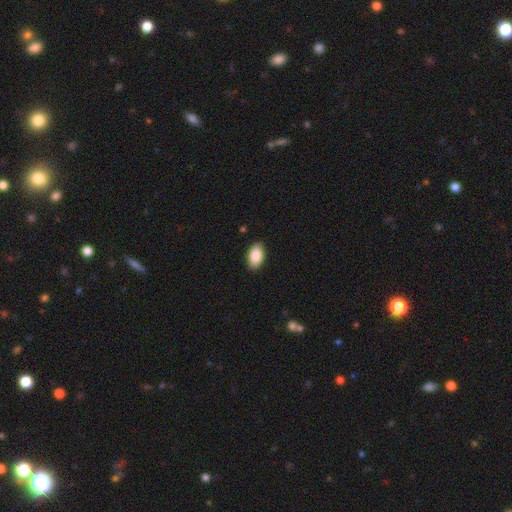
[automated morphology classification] Smooth or featured: smooth — 89% (star or artifact — 6%)
How rounded: in between — 94% (round — 5%)
Merging: none — 88% (minor disturbance — 9%)